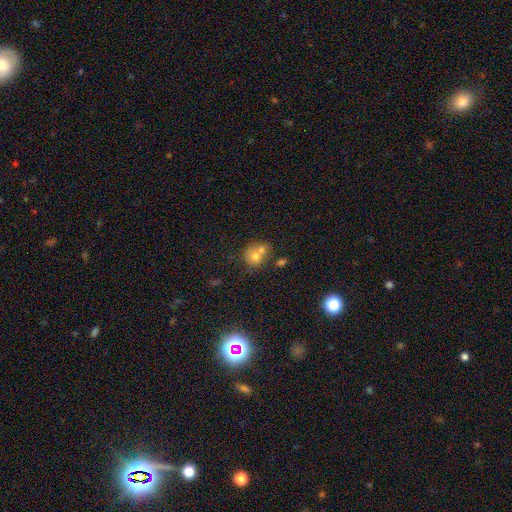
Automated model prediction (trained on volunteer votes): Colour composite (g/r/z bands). It shows a smooth galaxy with no disk features (65%) that is round (75%). Merging: merger (51%).